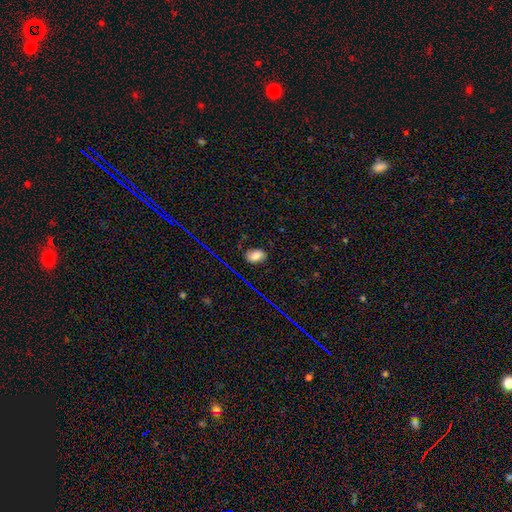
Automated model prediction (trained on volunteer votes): smooth 72%, star or artifact 15%, featured or disk 13%. Down the decision tree: how rounded — in between (88%); merging — none (81%).